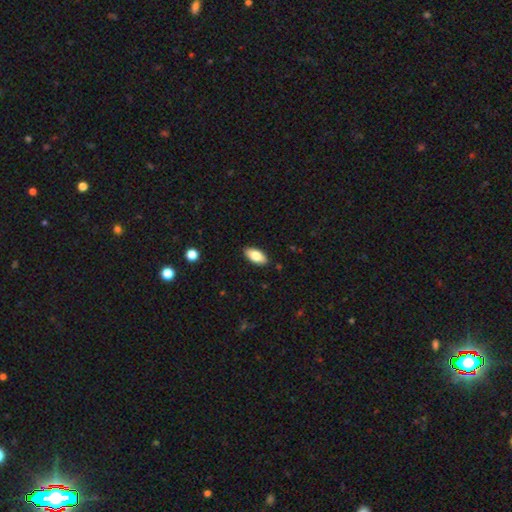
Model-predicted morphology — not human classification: Smooth or featured: smooth — 81% (featured or disk — 13%)
How rounded: in between — 91% (cigar-shaped — 7%)
Merging: none — 89% (minor disturbance — 9%)